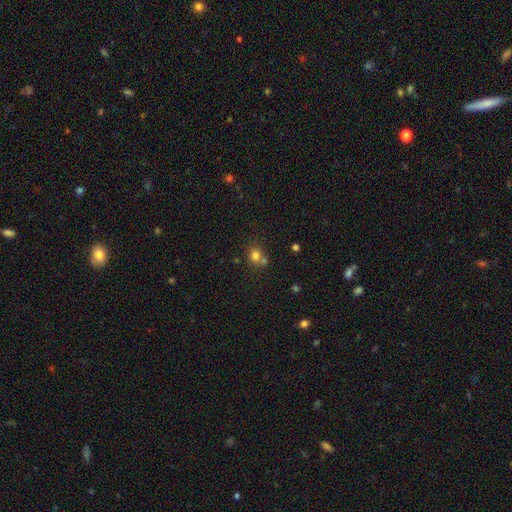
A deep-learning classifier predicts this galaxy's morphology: A smooth galaxy with no disk features (77%) that is round (77%). Merging: none (53%).